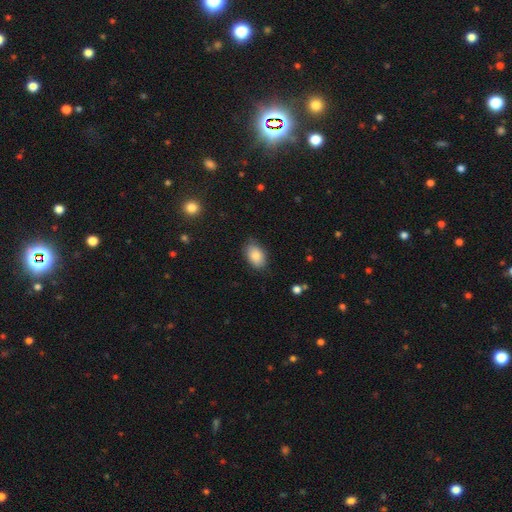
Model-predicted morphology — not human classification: This appears to be a smooth galaxy with no disk features (85%) that is in between round and cigar-shaped (89%). Merging: none (80%).